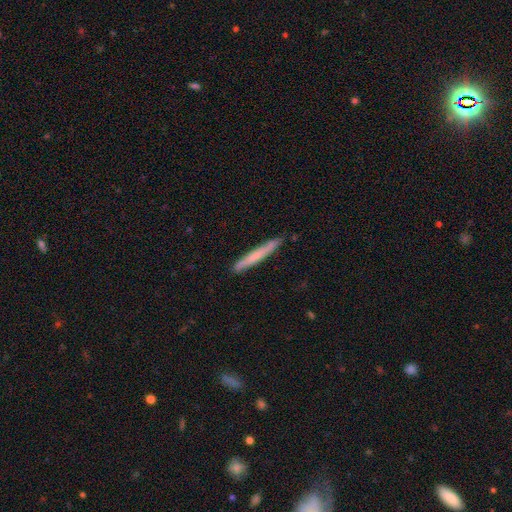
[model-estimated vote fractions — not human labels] Smooth or featured? Predicted: smooth (p=0.62). How rounded? Predicted: cigar-shaped (p=0.97). Merging? Predicted: none (p=0.87).